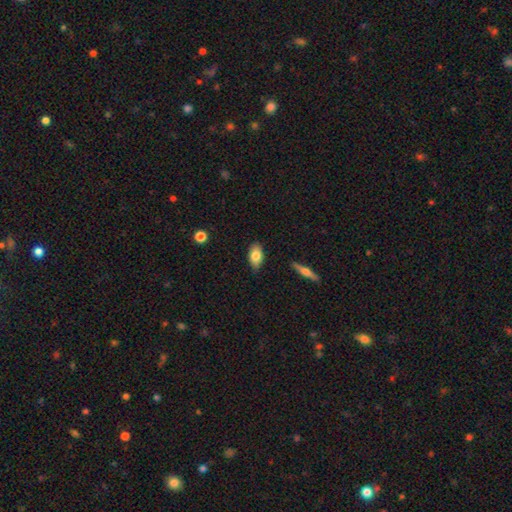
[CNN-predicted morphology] Overall: smooth (78%). How rounded: in between (89%). Merging: none (84%).